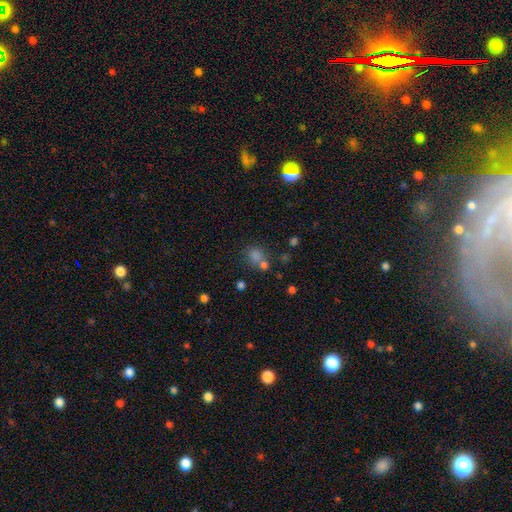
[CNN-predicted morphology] Q: Smooth or featured?
A: smooth (63%); runner-up: star or artifact (27%)
Q: How rounded?
A: round (79%); runner-up: in between (19%)
Q: Merging?
A: none (56%); runner-up: merger (30%)